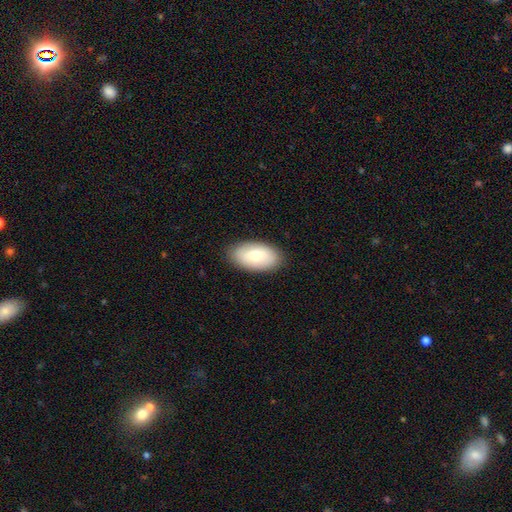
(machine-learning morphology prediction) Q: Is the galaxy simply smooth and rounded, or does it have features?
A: smooth — 71%.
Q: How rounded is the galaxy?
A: in between — 94%.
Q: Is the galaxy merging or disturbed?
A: none — 87%.